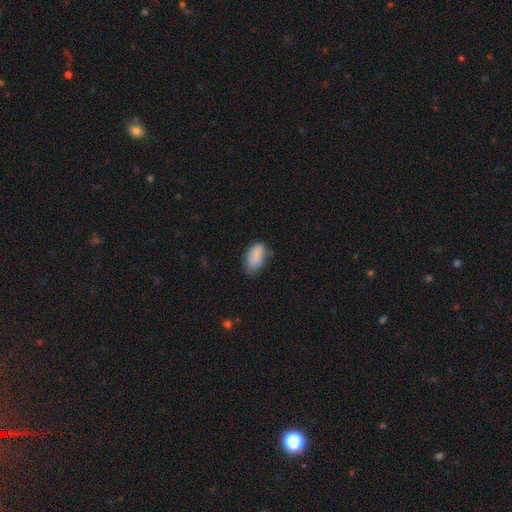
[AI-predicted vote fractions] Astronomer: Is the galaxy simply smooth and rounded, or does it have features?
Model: smooth — 85%.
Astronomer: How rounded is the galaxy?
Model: in between — 93%.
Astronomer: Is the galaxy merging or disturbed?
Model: none — 58%.